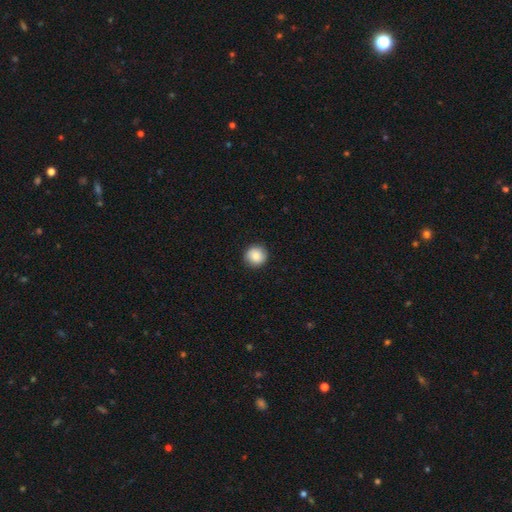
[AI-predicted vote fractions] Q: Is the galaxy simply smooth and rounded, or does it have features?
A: smooth — 85%.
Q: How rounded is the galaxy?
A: round — 93%.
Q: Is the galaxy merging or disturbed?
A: none — 90%.